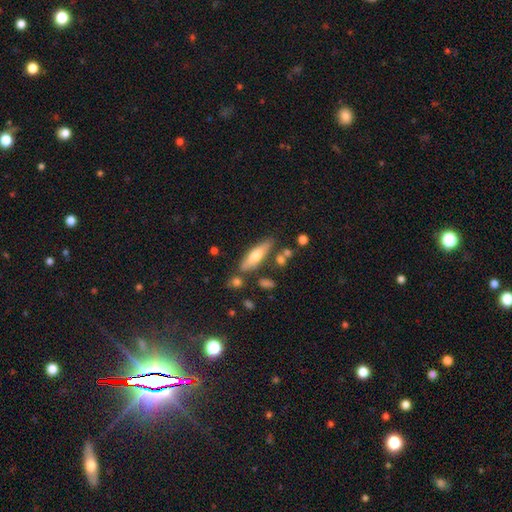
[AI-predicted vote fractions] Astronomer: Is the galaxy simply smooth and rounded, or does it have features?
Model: smooth — 56% (runner-up: featured or disk, 37%).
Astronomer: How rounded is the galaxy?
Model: cigar-shaped — 66%.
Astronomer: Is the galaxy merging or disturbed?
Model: none — 75%.